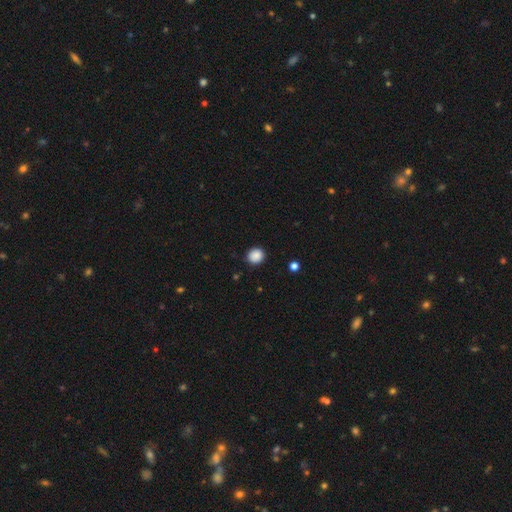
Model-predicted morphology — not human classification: Smooth or featured?
  - smooth: 88% *
  - star or artifact: 10%
  - featured or disk: 3%
How rounded?
  - round: 87% *
  - in between: 12%
  - cigar-shaped: 1%
Merging?
  - none: 90% *
  - minor disturbance: 6%
  - major disturbance: 2%
  - merger: 1%